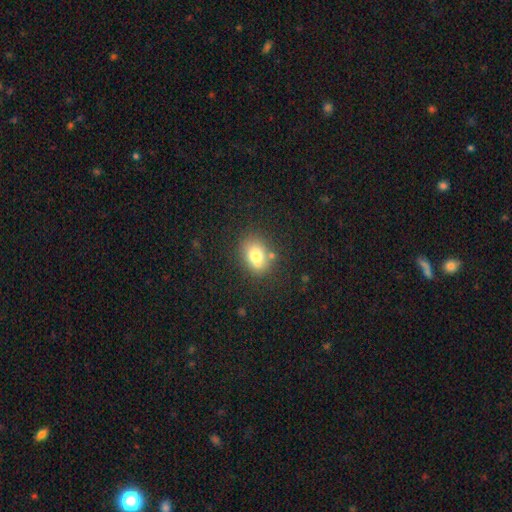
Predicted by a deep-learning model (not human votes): The model was most divided on "how rounded": in between: 57%, round: 42%, cigar-shaped: 1%. More confident: smooth or featured — smooth (74%); merging — none (70%).